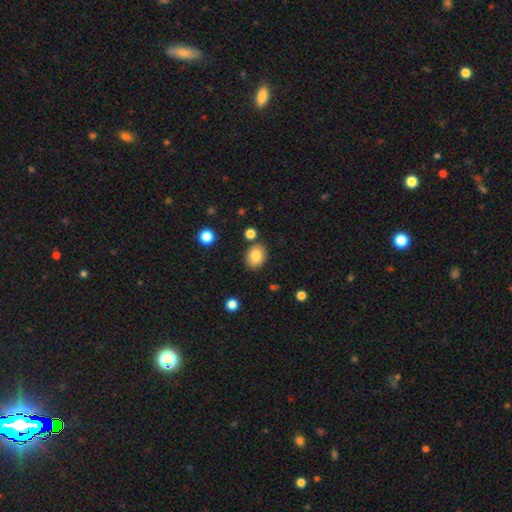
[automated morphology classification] Smooth or featured: smooth — 83% (star or artifact — 9%)
How rounded: in between — 54% (round — 45%)
Merging: none — 83% (minor disturbance — 10%)